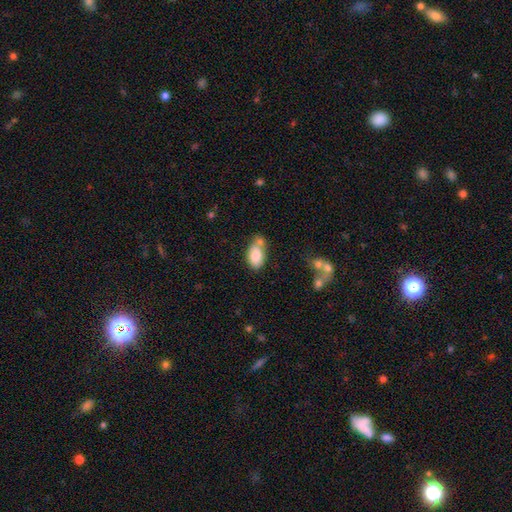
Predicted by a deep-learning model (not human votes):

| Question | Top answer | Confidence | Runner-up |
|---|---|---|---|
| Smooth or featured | smooth | 82% | featured or disk (11%) |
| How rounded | in between | 91% | round (7%) |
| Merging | none | 46% | merger (27%) |